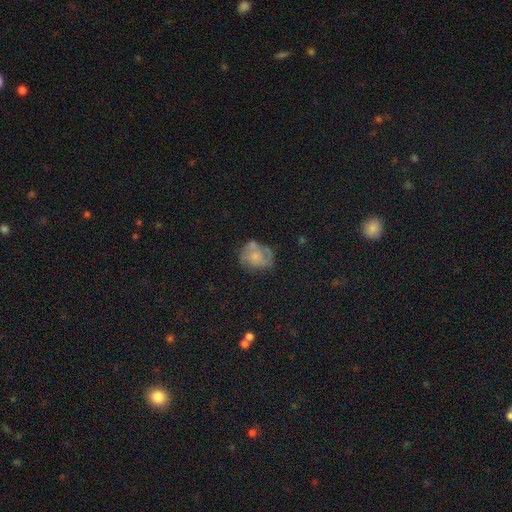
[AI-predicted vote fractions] A featured or disk galaxy (50%). Merging: none (53%).